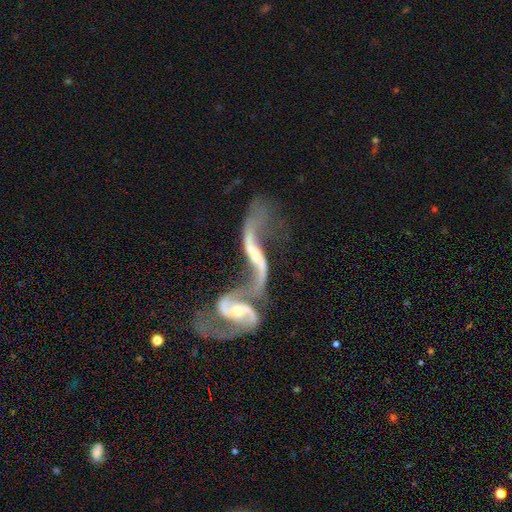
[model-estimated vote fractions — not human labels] Smooth or featured? Predicted: featured or disk (p=0.86). Edge-on disk? Predicted: no (p=0.92). Bar? Predicted: weak (p=0.38). Spiral arms? Predicted: yes (p=0.90). Spiral winding? Predicted: loose (p=0.90). Spiral arm count? Predicted: 2 (p=0.87). Bulge size? Predicted: small (p=0.48). Merging? Predicted: merger (p=0.75).